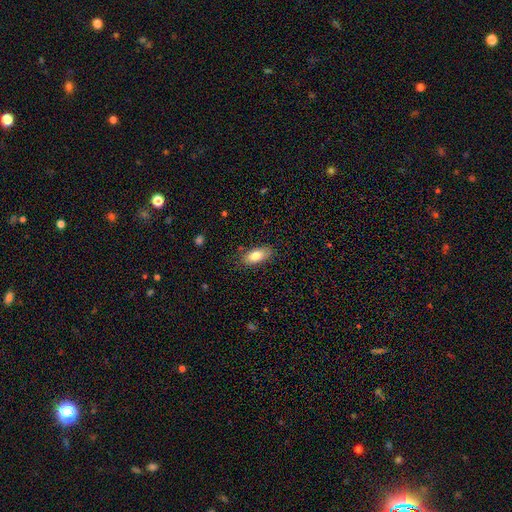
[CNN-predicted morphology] This is clearly a smooth galaxy (82%). How rounded: clearly in between (87%). Merging: clearly none (82%).